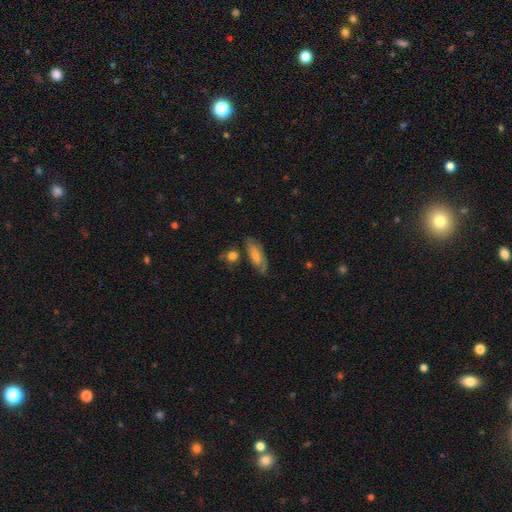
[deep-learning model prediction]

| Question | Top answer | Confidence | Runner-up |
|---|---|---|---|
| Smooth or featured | smooth | 49% | featured or disk (42%) |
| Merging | none | 70% | minor disturbance (19%) |